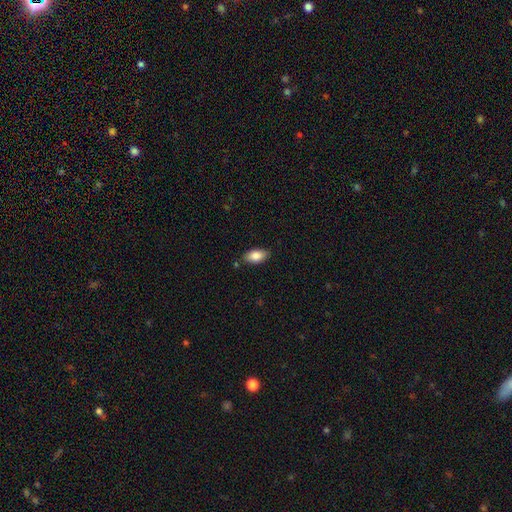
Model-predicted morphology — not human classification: Smooth or featured?
  - smooth: 83% *
  - featured or disk: 10%
  - star or artifact: 7%
How rounded?
  - in between: 91% *
  - cigar-shaped: 5%
  - round: 4%
Merging?
  - none: 81% *
  - minor disturbance: 14%
  - major disturbance: 3%
  - merger: 2%